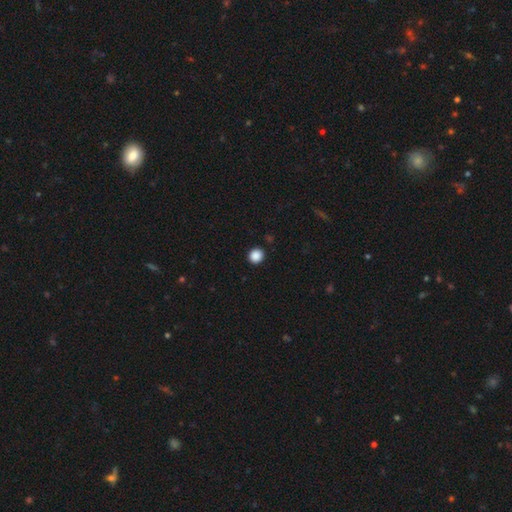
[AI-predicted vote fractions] Smooth or featured? Predicted: smooth (p=0.88). How rounded? Predicted: round (p=0.92). Merging? Predicted: none (p=0.92).